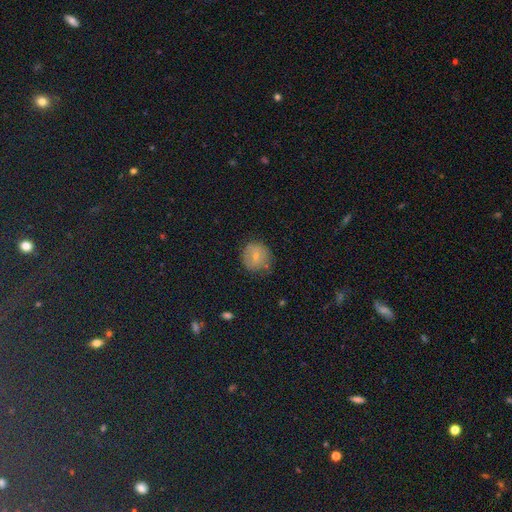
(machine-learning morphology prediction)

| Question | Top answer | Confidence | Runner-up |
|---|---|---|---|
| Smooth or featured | smooth | 68% | featured or disk (22%) |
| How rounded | round | 87% | in between (12%) |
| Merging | none | 71% | minor disturbance (21%) |